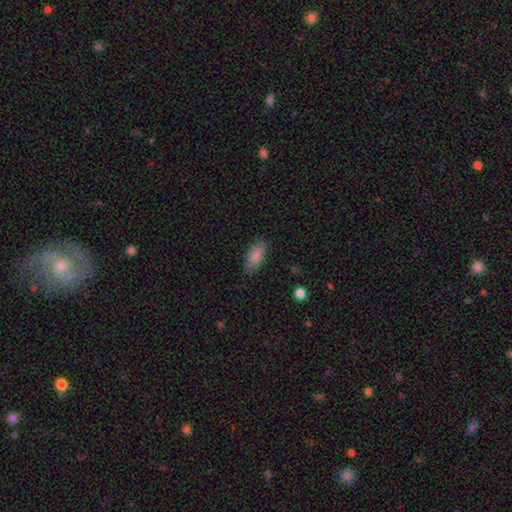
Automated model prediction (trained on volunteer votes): Morphology: type=smooth (86%); roundness=in between (91%); merging=none (80%).